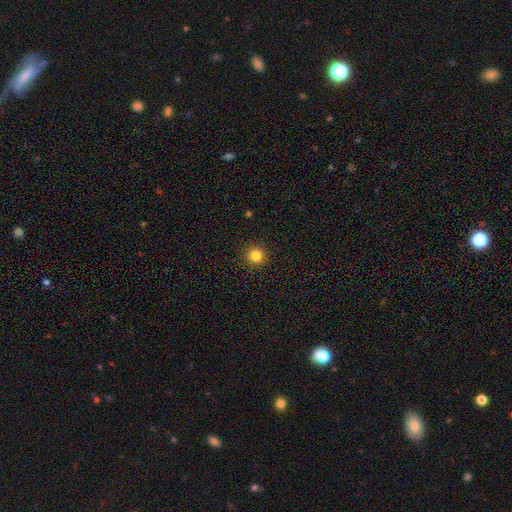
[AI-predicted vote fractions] Smooth or featured?
  - smooth: 83% *
  - star or artifact: 12%
  - featured or disk: 5%
How rounded?
  - round: 95% *
  - in between: 4%
  - cigar-shaped: 1%
Merging?
  - none: 93% *
  - minor disturbance: 4%
  - major disturbance: 2%
  - merger: 1%